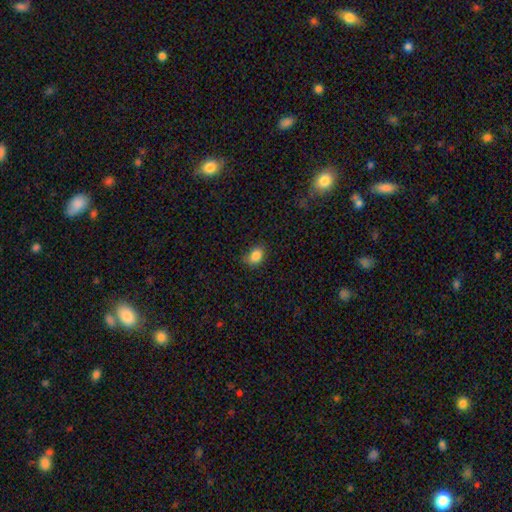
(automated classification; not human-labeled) A smooth galaxy with no disk features (86%) that is in between round and cigar-shaped (70%).

Vote fractions:
- Smooth or featured? smooth: 86% / star or artifact: 10% / featured or disk: 4%
- How rounded? in between: 70% / round: 29% / cigar-shaped: 1%
- Merging? none: 73% / minor disturbance: 21% / major disturbance: 4% / merger: 1%